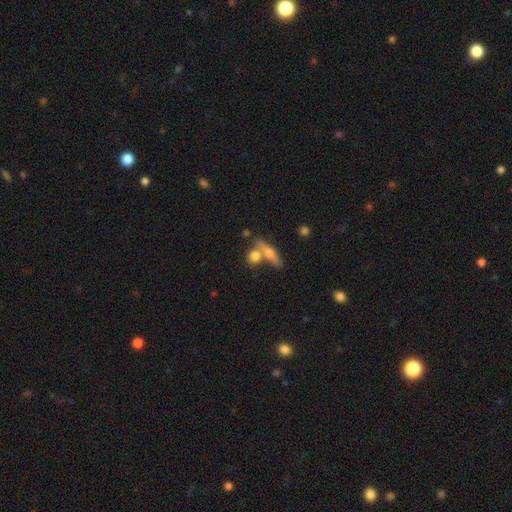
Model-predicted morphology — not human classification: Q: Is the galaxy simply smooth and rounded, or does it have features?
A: smooth — 69%.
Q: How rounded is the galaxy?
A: round — 51%.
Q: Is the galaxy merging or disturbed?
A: none — 53%.